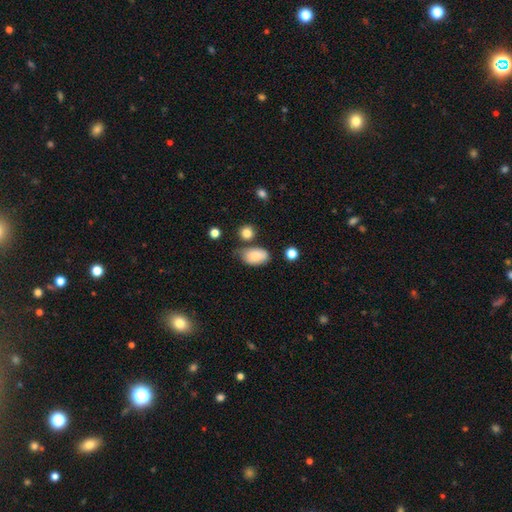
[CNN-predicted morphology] smooth_or_featured: smooth (p=0.84) [alt: featured or disk p=0.09]
how_rounded: in between (p=0.91) [alt: round p=0.08]
merging: none (p=0.56) [alt: minor disturbance p=0.30]